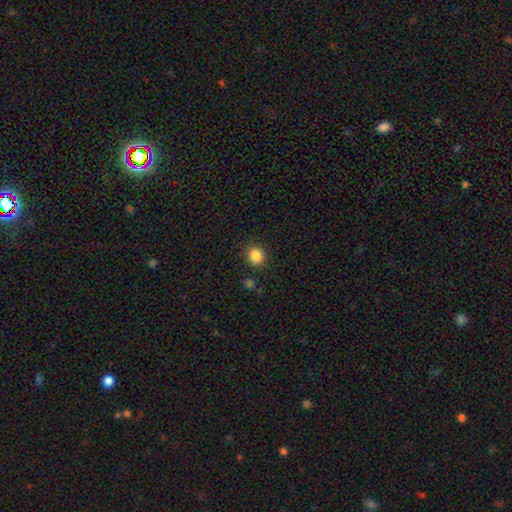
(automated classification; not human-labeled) The model was most divided on "how rounded": round: 79%, in between: 20%, cigar-shaped: 1%. More confident: merging — none (87%); smooth or featured — smooth (85%).